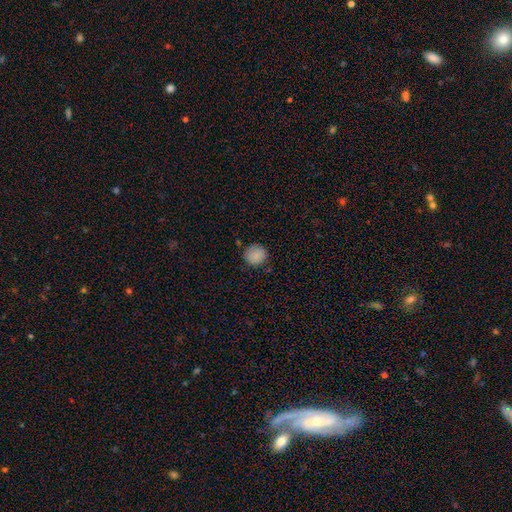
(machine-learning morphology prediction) A smooth galaxy with no disk features (87%) that is round (92%). Merging: none (83%).